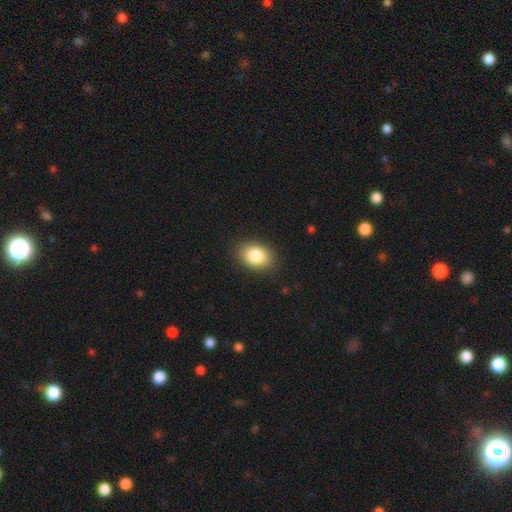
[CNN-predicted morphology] Overall: smooth (84%). How rounded: in between (77%). Merging: none (87%).